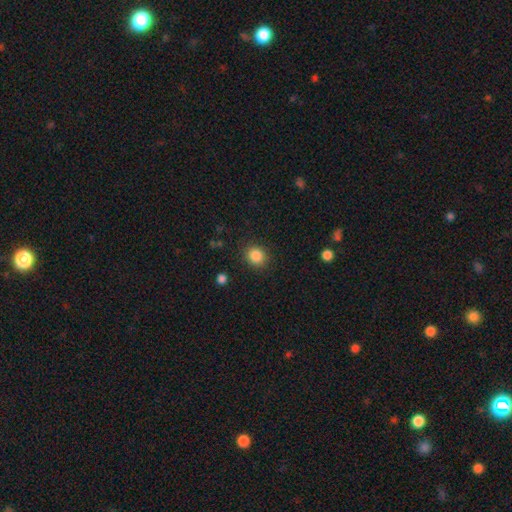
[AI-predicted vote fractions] smooth_or_featured: smooth (p=0.86) [alt: star or artifact p=0.10]
how_rounded: round (p=0.76) [alt: in between p=0.23]
merging: none (p=0.88) [alt: minor disturbance p=0.08]